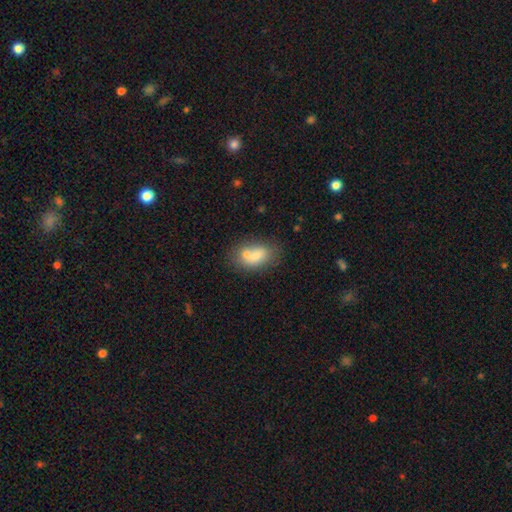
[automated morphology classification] A smooth galaxy with no disk features (69%) that is in between round and cigar-shaped (81%). Merging: merger (44%).